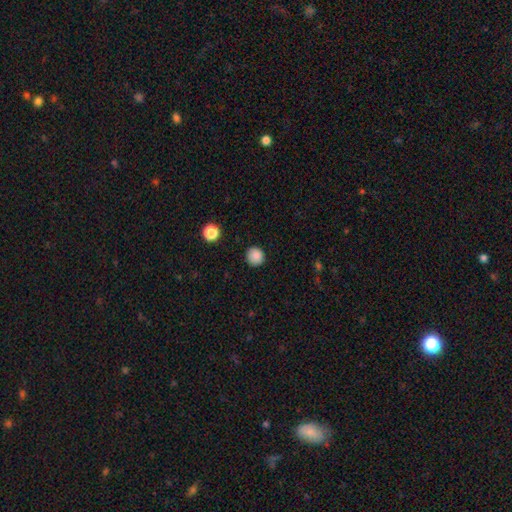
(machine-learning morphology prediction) Smooth or featured?
  - smooth: 87% *
  - star or artifact: 10%
  - featured or disk: 3%
How rounded?
  - round: 92% *
  - in between: 7%
  - cigar-shaped: 1%
Merging?
  - none: 90% *
  - minor disturbance: 7%
  - major disturbance: 2%
  - merger: 1%